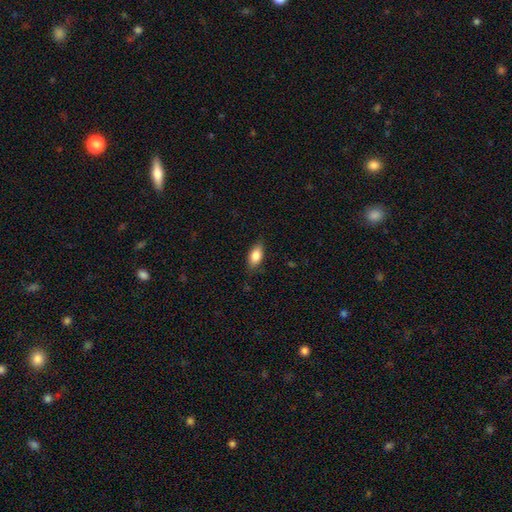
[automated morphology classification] type=smooth (84%); roundness=in between (88%); merging=none (81%).